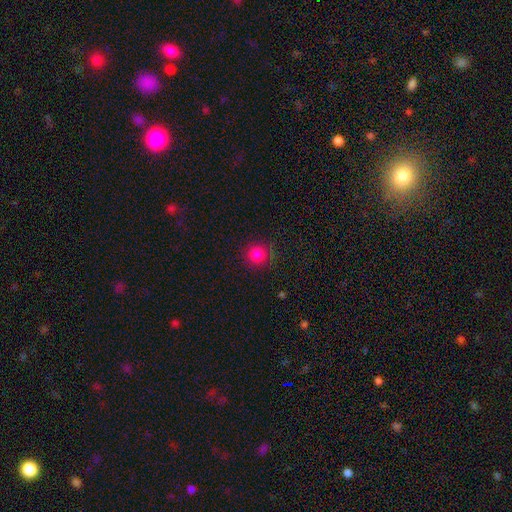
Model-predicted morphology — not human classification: Smooth or featured?
  - smooth: 83% *
  - star or artifact: 12%
  - featured or disk: 4%
How rounded?
  - round: 94% *
  - in between: 5%
  - cigar-shaped: 1%
Merging?
  - none: 86% *
  - minor disturbance: 9%
  - major disturbance: 3%
  - merger: 1%